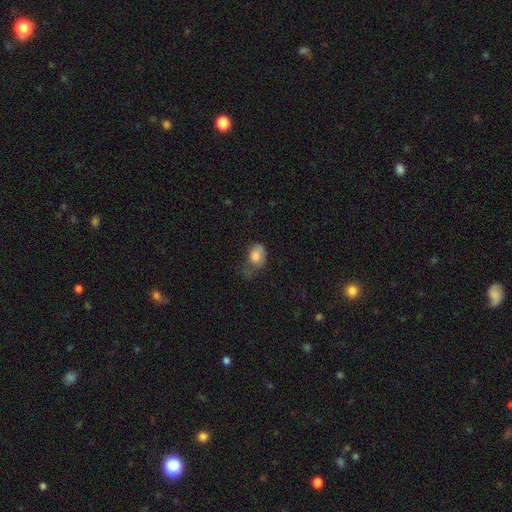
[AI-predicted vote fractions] This appears to be a smooth galaxy with no disk features (76%) that is in between round and cigar-shaped (73%). Merging: major disturbance (40%).